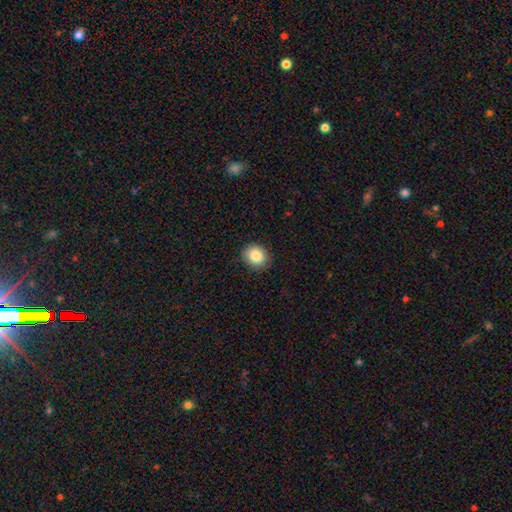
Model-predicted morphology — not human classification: smooth_or_featured: smooth (p=0.85) [alt: star or artifact p=0.08]
how_rounded: round (p=0.67) [alt: in between p=0.32]
merging: none (p=0.87) [alt: minor disturbance p=0.10]